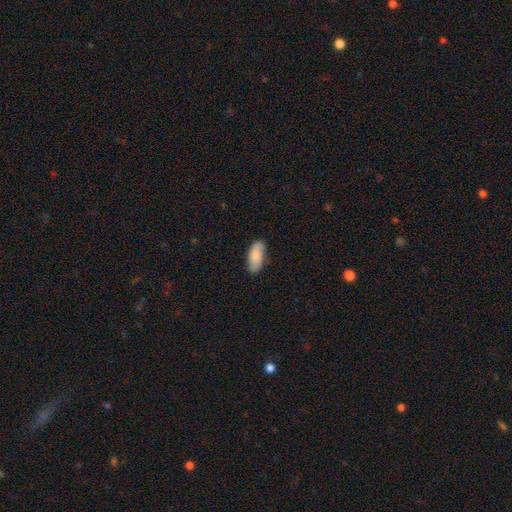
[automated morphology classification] smooth 82%, featured or disk 13%, star or artifact 6%. Down the decision tree: how rounded — in between (86%); merging — none (82%).